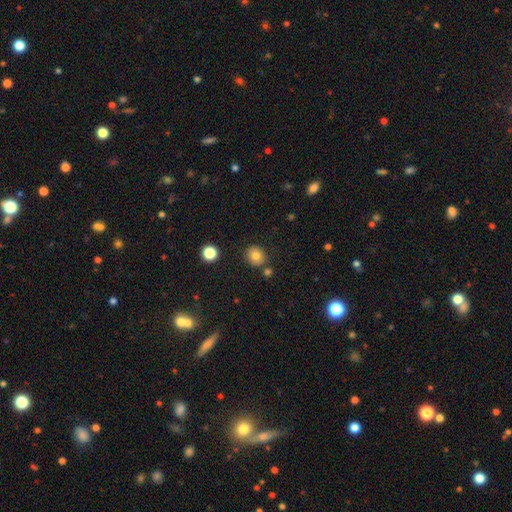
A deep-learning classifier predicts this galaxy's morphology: A smooth galaxy with no disk features (79%) that is round (84%).

Vote fractions:
- Smooth or featured? smooth: 79% / star or artifact: 12% / featured or disk: 9%
- How rounded? round: 84% / in between: 15% / cigar-shaped: 1%
- Merging? none: 81% / minor disturbance: 9% / merger: 7% / major disturbance: 2%